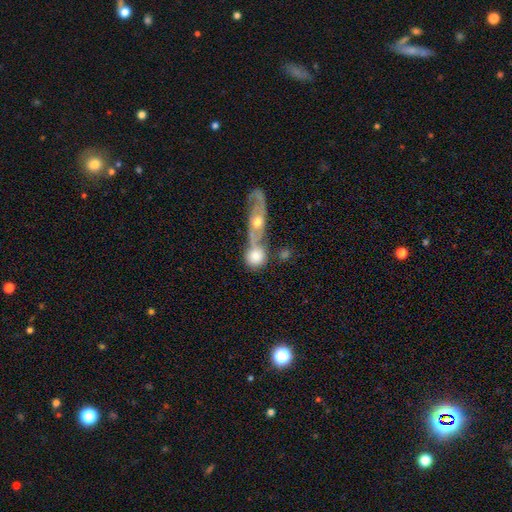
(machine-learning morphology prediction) Smooth or featured? Predicted: smooth (p=0.68). How rounded? Predicted: round (p=0.77). Merging? Predicted: merger (p=0.51).